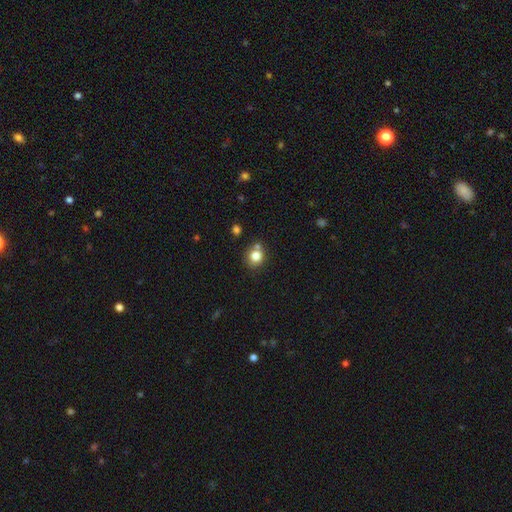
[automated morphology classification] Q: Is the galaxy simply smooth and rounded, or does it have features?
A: smooth — 80%.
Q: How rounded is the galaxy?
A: round — 81%.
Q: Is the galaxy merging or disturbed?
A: none — 68%.